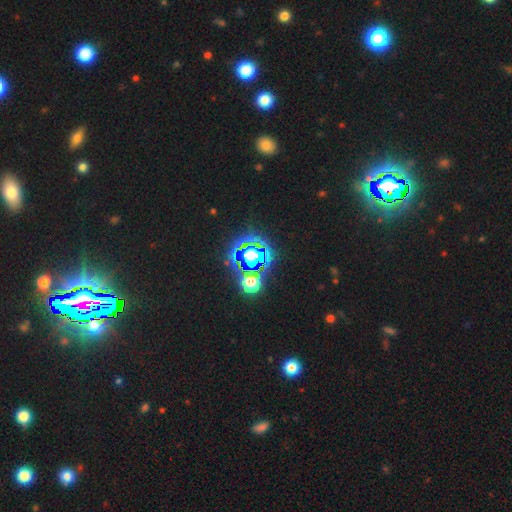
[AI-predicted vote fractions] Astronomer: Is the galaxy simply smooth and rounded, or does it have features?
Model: star or artifact — 79%.